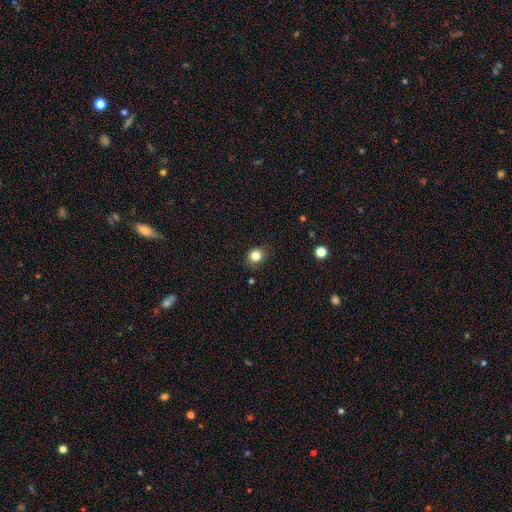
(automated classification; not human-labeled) Smooth or featured: smooth — 83% (star or artifact — 12%)
How rounded: round — 81% (in between — 18%)
Merging: none — 84% (minor disturbance — 12%)